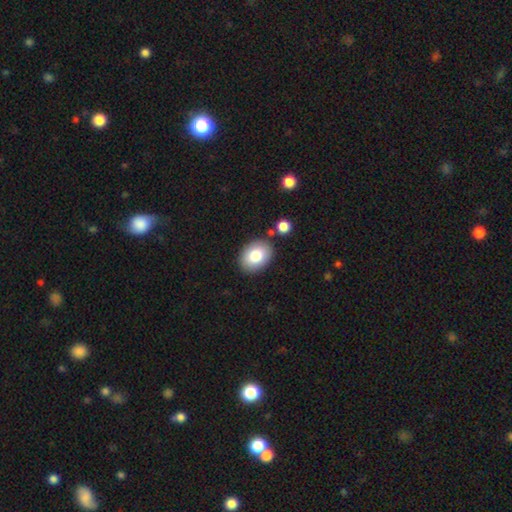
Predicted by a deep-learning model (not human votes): Smooth or featured? Predicted: smooth (p=0.81). How rounded? Predicted: in between (p=0.73). Merging? Predicted: none (p=0.84).